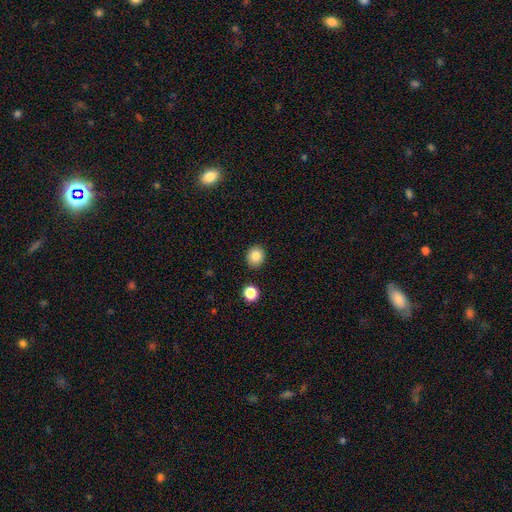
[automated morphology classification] A smooth galaxy with no disk features (84%) that is round (78%).

Vote fractions:
- Smooth or featured? smooth: 84% / star or artifact: 10% / featured or disk: 6%
- How rounded? round: 78% / in between: 22% / cigar-shaped: 1%
- Merging? none: 89% / minor disturbance: 7% / merger: 2% / major disturbance: 2%